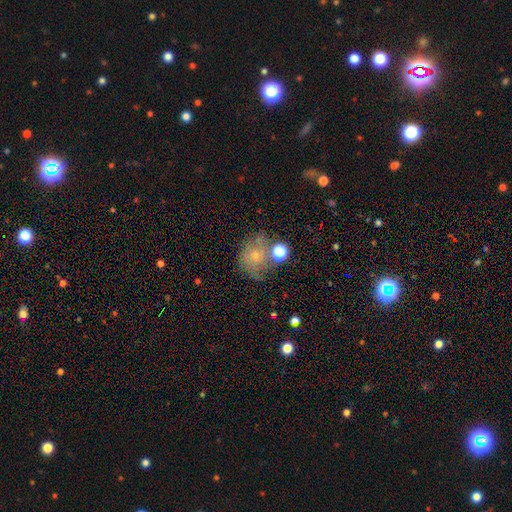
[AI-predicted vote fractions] Q: Smooth or featured?
A: smooth (45%); runner-up: featured or disk (38%)
Q: Merging?
A: none (51%); runner-up: minor disturbance (22%)